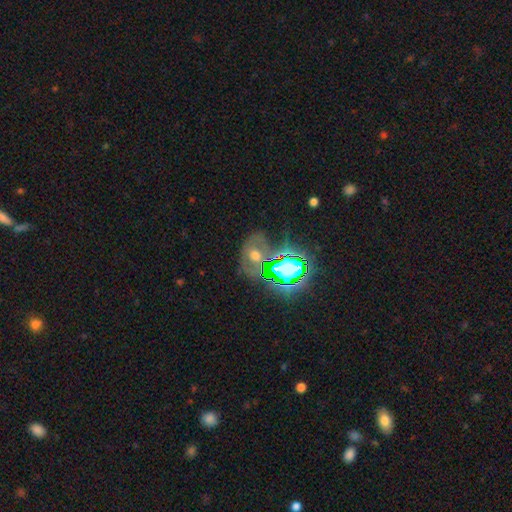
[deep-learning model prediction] Smooth or featured: featured or disk — 36% (star or artifact — 35%)
Merging: none — 57% (minor disturbance — 18%)